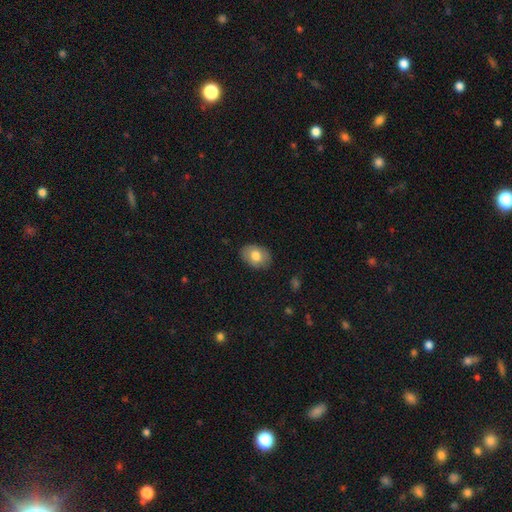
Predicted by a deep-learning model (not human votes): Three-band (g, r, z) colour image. It shows a smooth galaxy with no disk features (77%) that is in between round and cigar-shaped (74%). Merging: none (84%).